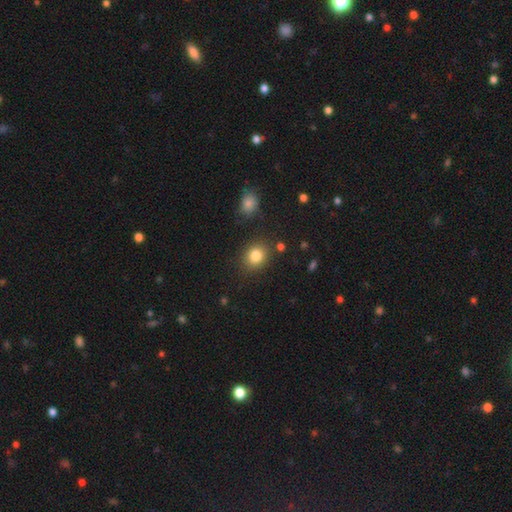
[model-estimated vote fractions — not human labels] Morphology: type=smooth (83%); roundness=round (63%); merging=none (84%).